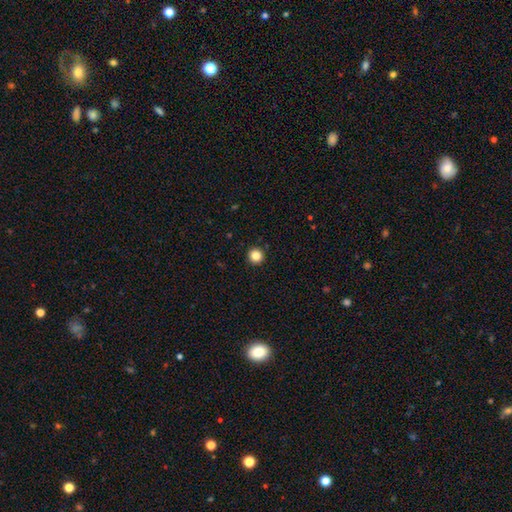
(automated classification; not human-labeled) The model was most divided on "smooth or featured": smooth: 85%, star or artifact: 11%, featured or disk: 4%. More confident: how rounded — round (96%); merging — none (93%).